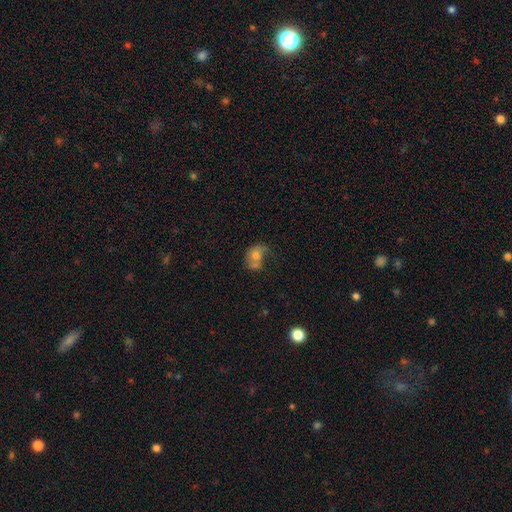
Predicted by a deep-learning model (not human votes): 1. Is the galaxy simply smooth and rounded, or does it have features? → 51% smooth, 35% featured or disk, 14% star or artifact.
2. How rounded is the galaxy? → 55% in between, 43% round, 2% cigar-shaped.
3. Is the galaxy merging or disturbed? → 30% merger, 28% none, 22% major disturbance, 19% minor disturbance.